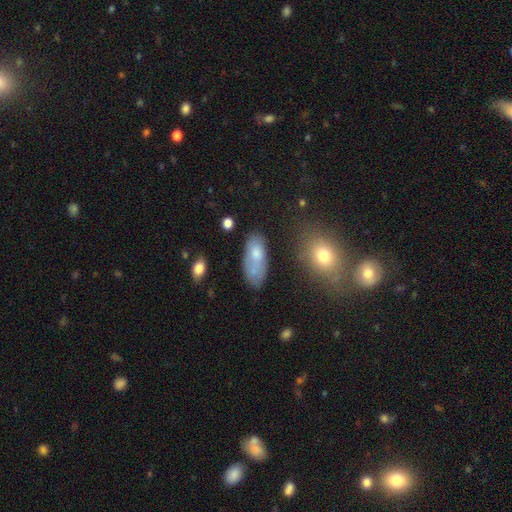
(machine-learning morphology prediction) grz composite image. It shows a smooth galaxy with no disk features (63%) that is in between round and cigar-shaped (87%). Merging: none (51%).